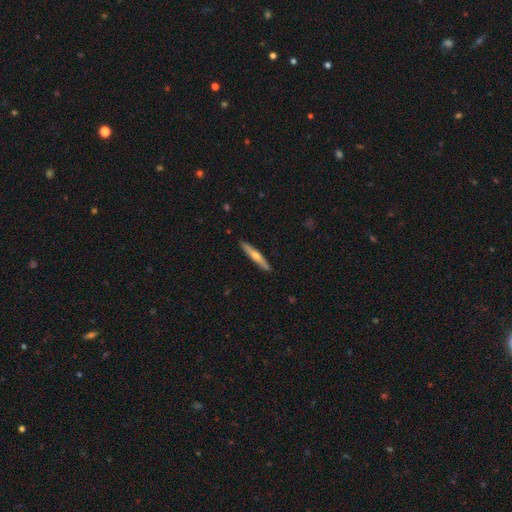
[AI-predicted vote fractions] Overall: featured or disk (53%; smooth 42%). Edge-on disk: yes (95%). Edge-on bulge: rounded (86%). Merging: none (91%).